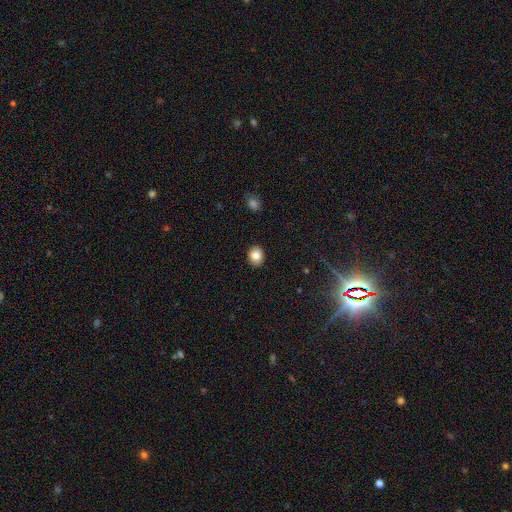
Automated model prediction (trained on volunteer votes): smooth-or-featured: smooth: 83% | star or artifact: 10% | featured or disk: 7%
  how-rounded: round: 66% | in between: 33% | cigar-shaped: 1%
  merging: none: 89% | minor disturbance: 8% | major disturbance: 2% | merger: 1%